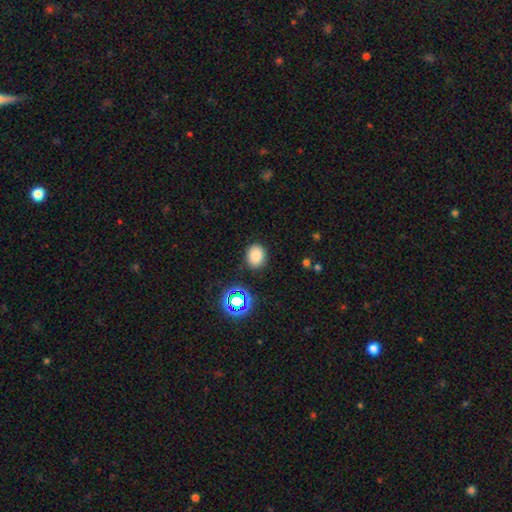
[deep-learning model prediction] Q: Smooth or featured?
A: smooth (79%); runner-up: star or artifact (15%)
Q: How rounded?
A: in between (50%); runner-up: round (49%)
Q: Merging?
A: none (85%); runner-up: minor disturbance (10%)